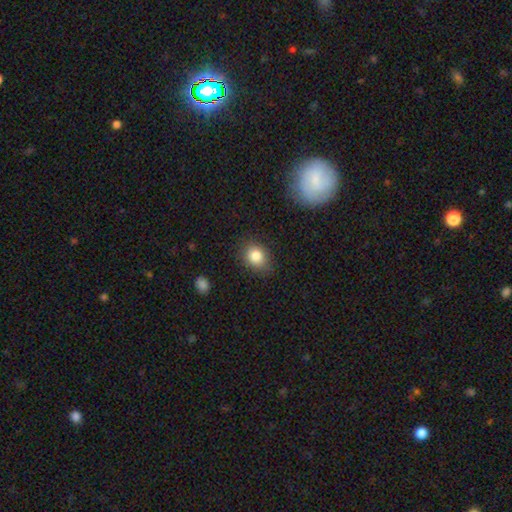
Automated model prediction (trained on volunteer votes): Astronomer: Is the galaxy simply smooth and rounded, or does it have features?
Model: smooth — 83%.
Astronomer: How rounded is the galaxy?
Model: round — 55% (runner-up: in between, 44%).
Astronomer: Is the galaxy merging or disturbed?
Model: none — 82%.